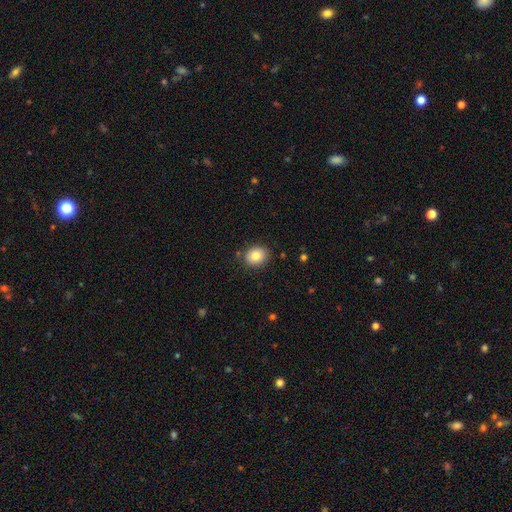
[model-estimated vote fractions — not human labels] A smooth galaxy with no disk features (83%) that is round (57%).

Vote fractions:
- Smooth or featured? smooth: 83% / star or artifact: 9% / featured or disk: 8%
- How rounded? round: 57% / in between: 42% / cigar-shaped: 1%
- Merging? none: 86% / minor disturbance: 10% / major disturbance: 2% / merger: 2%